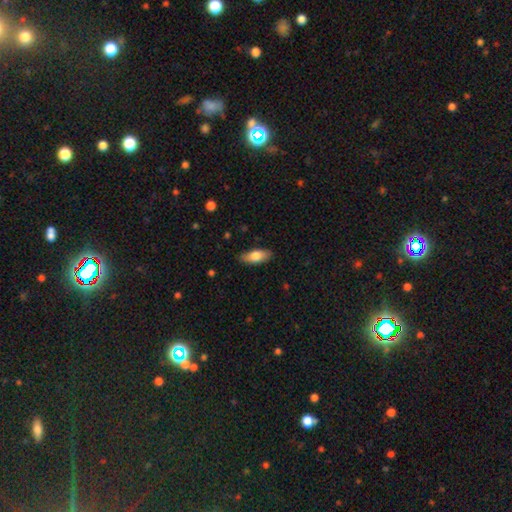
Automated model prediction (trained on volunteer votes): smooth-or-featured: smooth: 75% | featured or disk: 19% | star or artifact: 6%
  how-rounded: in between: 79% | cigar-shaped: 18% | round: 3%
  merging: none: 86% | minor disturbance: 11% | major disturbance: 2% | merger: 1%